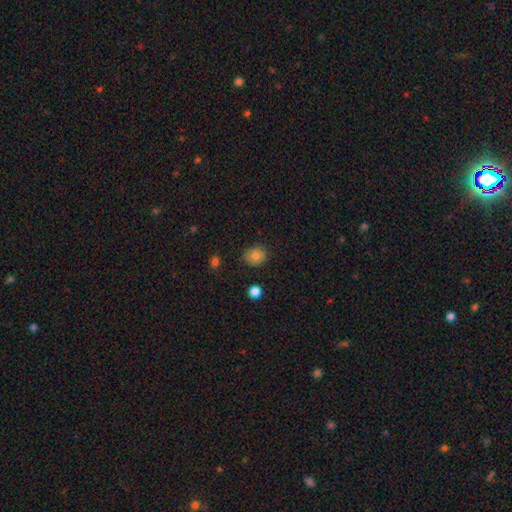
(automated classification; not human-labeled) A smooth galaxy with no disk features (82%) that is round (68%).

Vote fractions:
- Smooth or featured? smooth: 82% / star or artifact: 10% / featured or disk: 8%
- How rounded? round: 68% / in between: 31% / cigar-shaped: 1%
- Merging? none: 86% / minor disturbance: 11% / major disturbance: 2% / merger: 1%